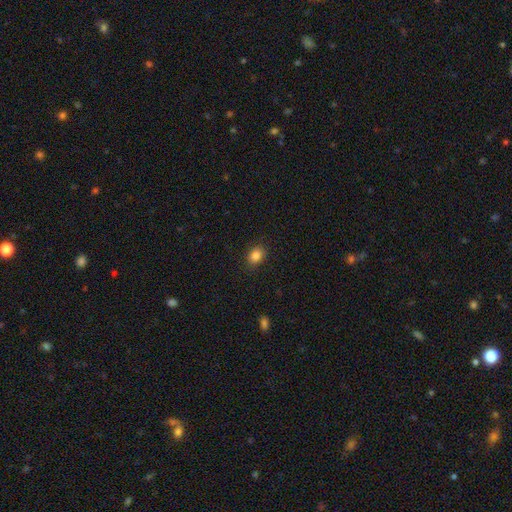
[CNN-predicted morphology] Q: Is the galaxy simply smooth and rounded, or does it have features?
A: smooth — 85%.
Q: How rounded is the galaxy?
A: in between — 56%.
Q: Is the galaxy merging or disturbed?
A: none — 88%.